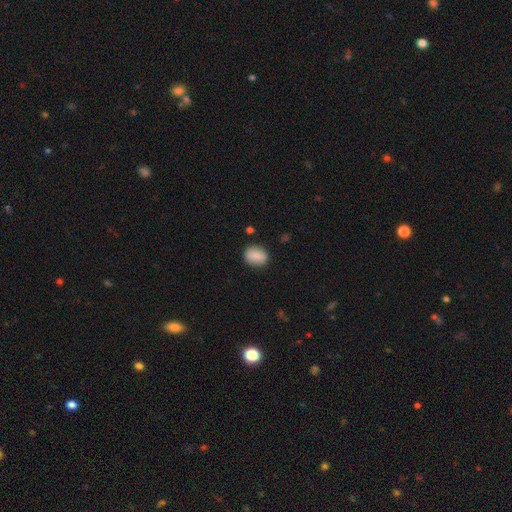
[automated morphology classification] This appears to be a smooth galaxy with no disk features (88%) that is in between round and cigar-shaped (60%). Merging: none (84%).